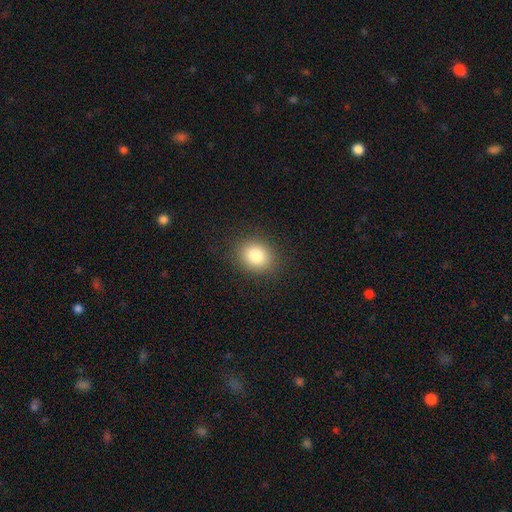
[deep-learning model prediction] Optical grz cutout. It shows a smooth galaxy with no disk features (83%) that is round (59%). Merging: none (88%).